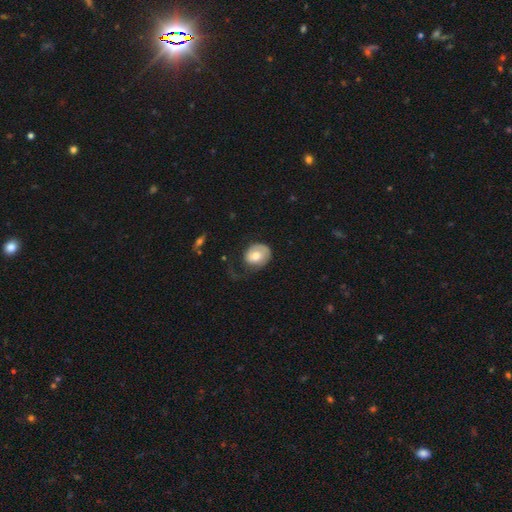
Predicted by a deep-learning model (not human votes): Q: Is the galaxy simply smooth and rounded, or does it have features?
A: smooth — 54%.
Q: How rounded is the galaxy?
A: round — 52%.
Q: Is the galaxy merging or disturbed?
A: none — 41%.